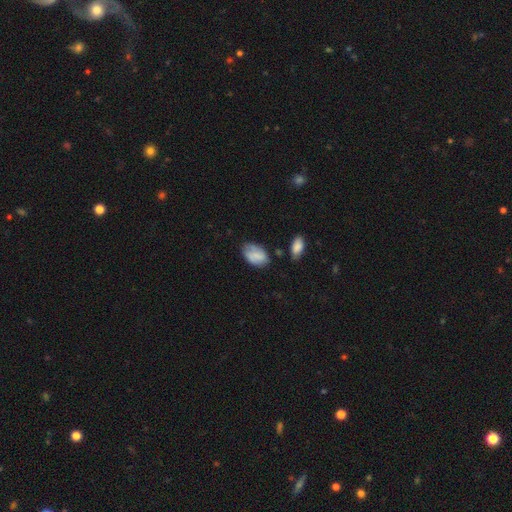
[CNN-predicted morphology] Smooth or featured?
  - smooth: 73% *
  - featured or disk: 19%
  - star or artifact: 8%
How rounded?
  - in between: 91% *
  - round: 8%
  - cigar-shaped: 1%
Merging?
  - none: 58% *
  - minor disturbance: 29%
  - major disturbance: 8%
  - merger: 6%